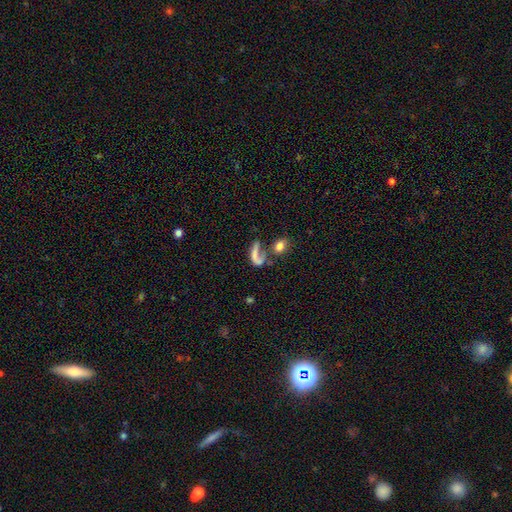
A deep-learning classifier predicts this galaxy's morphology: This is possibly a smooth galaxy (51%). How rounded: possibly in between (58%). Merging: marginally merger (33%).